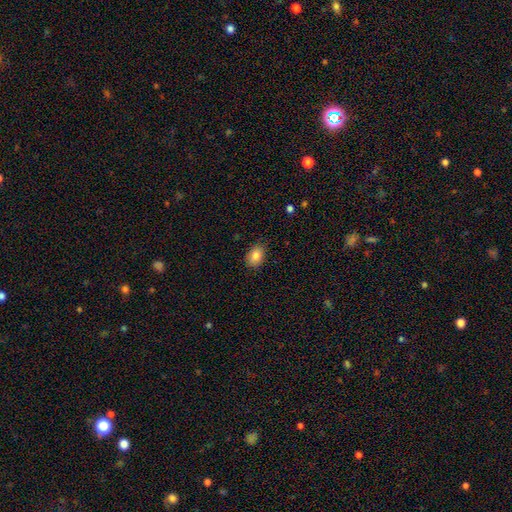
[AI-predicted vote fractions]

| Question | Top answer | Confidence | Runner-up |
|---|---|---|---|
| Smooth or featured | smooth | 85% | star or artifact (9%) |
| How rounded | in between | 79% | round (20%) |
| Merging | none | 83% | minor disturbance (14%) |